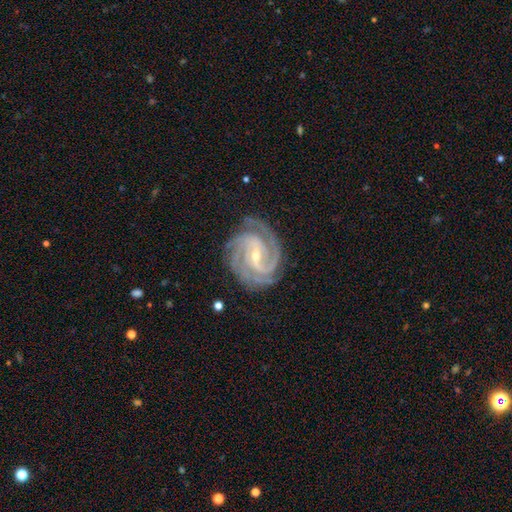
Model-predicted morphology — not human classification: This appears to be a featured or disk galaxy (93%) with a weak bar (47%), 3 (39%) tight (67%) spiral arms (99%) and a small central bulge (64%). Merging: none (80%).